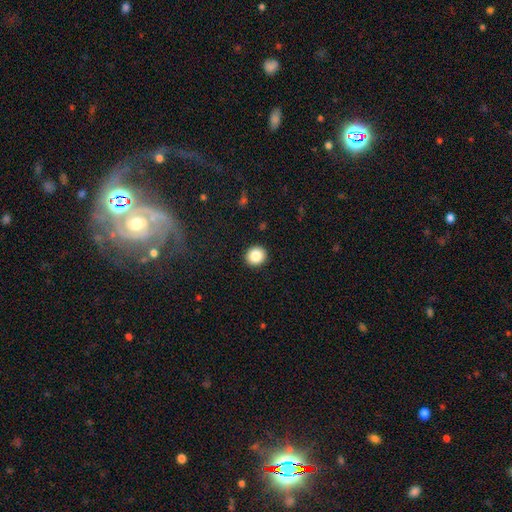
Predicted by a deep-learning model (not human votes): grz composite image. It shows a smooth galaxy with no disk features (87%) that is round (88%). Merging: none (92%).